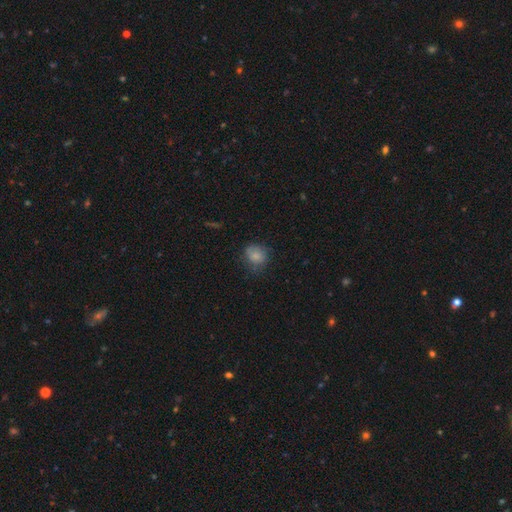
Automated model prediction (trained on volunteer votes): smooth-or-featured: smooth: 80% | featured or disk: 11% | star or artifact: 9%
  how-rounded: round: 69% | in between: 30% | cigar-shaped: 1%
  merging: none: 65% | minor disturbance: 25% | major disturbance: 8% | merger: 1%